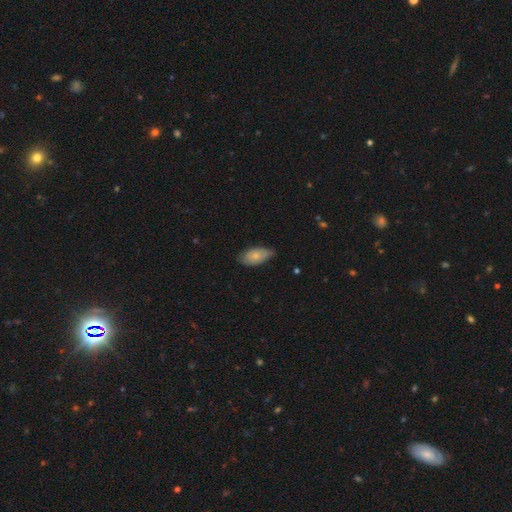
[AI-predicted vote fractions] Smooth or featured?
  - smooth: 73% *
  - featured or disk: 21%
  - star or artifact: 6%
How rounded?
  - in between: 92% *
  - cigar-shaped: 5%
  - round: 3%
Merging?
  - none: 62% *
  - minor disturbance: 32%
  - major disturbance: 4%
  - merger: 1%